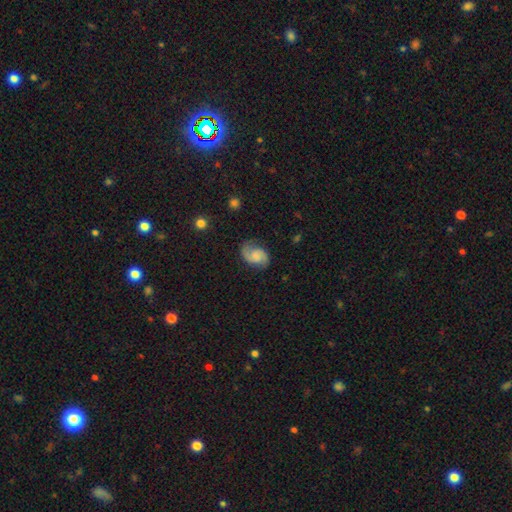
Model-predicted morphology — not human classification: This is likely a featured or disk galaxy (74%). It is clearly not viewed edge-on (98%). Bar: possibly no (56%). Spiral arm pattern: clearly yes (96%). Spiral arm count: clearly 2 (88%). Spiral winding: possibly medium (49%). Central bulge: marginally none (39%). Merging: likely none (72%).